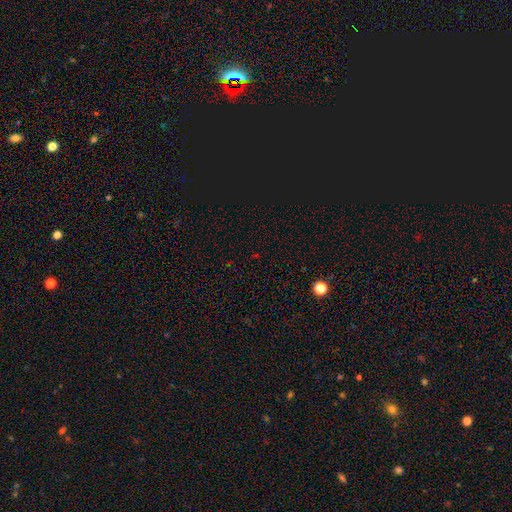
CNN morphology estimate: type=star or artifact (68%).